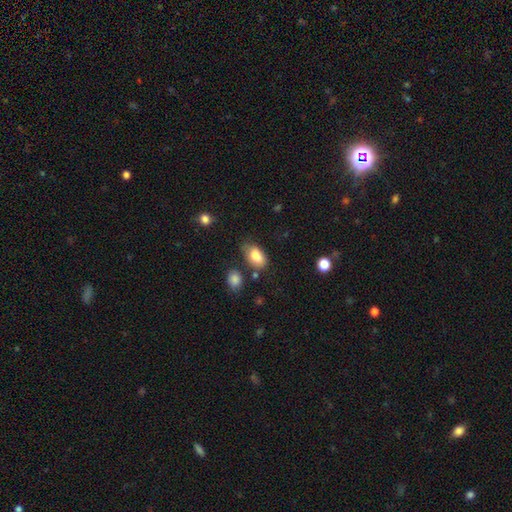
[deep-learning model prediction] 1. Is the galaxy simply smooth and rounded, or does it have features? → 83% smooth, 9% featured or disk, 8% star or artifact.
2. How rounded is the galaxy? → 91% in between, 7% round, 2% cigar-shaped.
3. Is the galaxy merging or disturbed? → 55% none, 29% minor disturbance, 8% major disturbance, 8% merger.